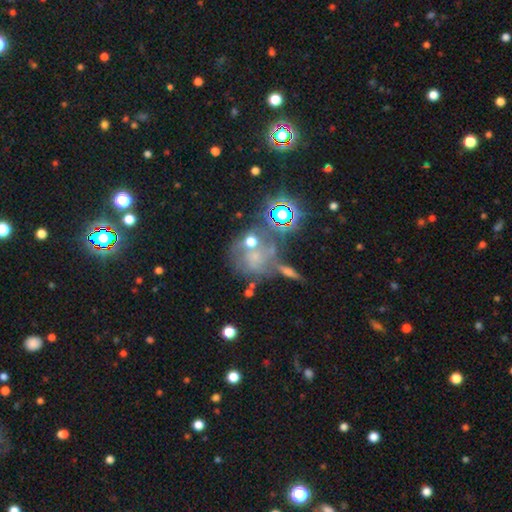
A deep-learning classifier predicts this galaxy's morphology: This appears to be a smooth galaxy with no disk features (37%). Merging: none (41%).